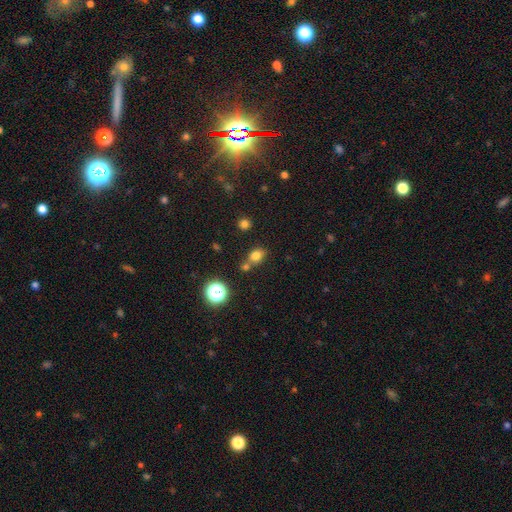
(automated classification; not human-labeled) Overall: smooth (76%). How rounded: in between (50%; round 49%). Merging: none (59%; merger 25%).